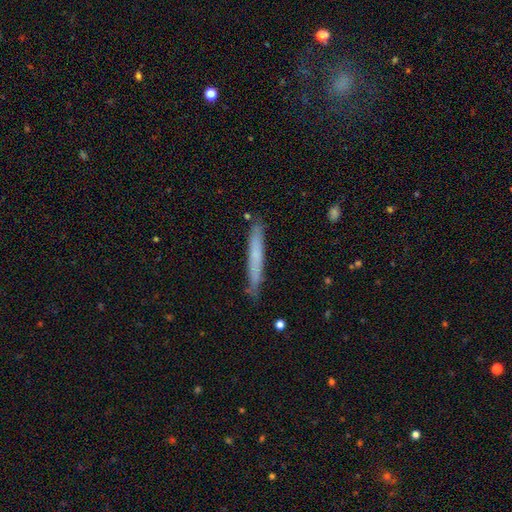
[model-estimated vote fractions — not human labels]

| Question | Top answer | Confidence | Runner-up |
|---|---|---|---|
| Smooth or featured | smooth | 61% | featured or disk (32%) |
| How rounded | cigar-shaped | 96% | in between (3%) |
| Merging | none | 84% | minor disturbance (12%) |